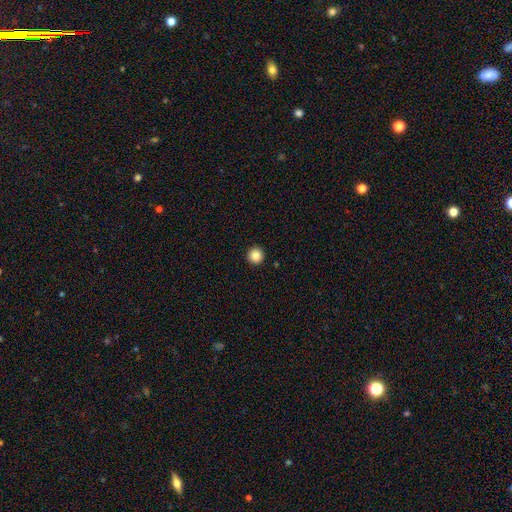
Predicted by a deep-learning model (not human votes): A smooth galaxy with no disk features (85%) that is round (96%).

Vote fractions:
- Smooth or featured? smooth: 85% / star or artifact: 10% / featured or disk: 5%
- How rounded? round: 96% / in between: 3% / cigar-shaped: 1%
- Merging? none: 94% / minor disturbance: 4% / major disturbance: 1% / merger: 1%